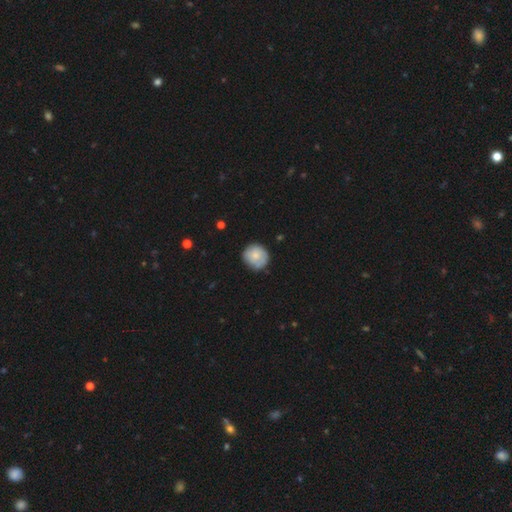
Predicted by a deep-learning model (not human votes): smooth_or_featured: smooth (p=0.71) [alt: featured or disk p=0.22]
how_rounded: round (p=0.91) [alt: in between p=0.08]
merging: none (p=0.77) [alt: minor disturbance p=0.18]